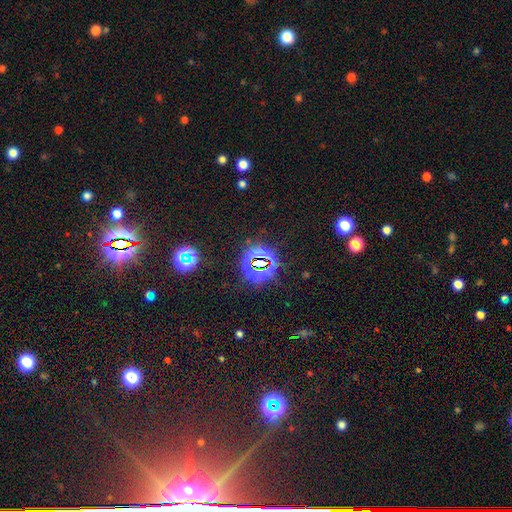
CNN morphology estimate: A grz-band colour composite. It shows a star or artifact, not a galaxy (80%).